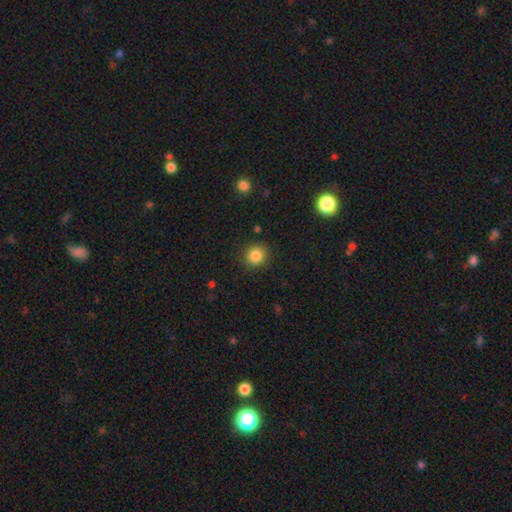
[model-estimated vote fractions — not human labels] The model was most divided on "how rounded": round: 85%, in between: 14%, cigar-shaped: 1%. More confident: merging — none (89%); smooth or featured — smooth (85%).